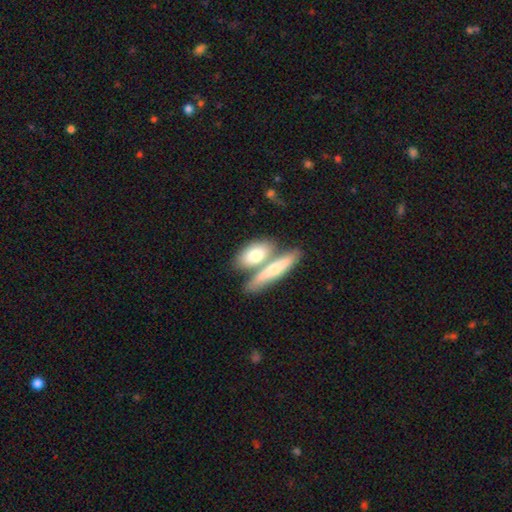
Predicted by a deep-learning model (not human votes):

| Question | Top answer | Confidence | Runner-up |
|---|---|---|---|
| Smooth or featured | smooth | 71% | featured or disk (24%) |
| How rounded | in between | 68% | cigar-shaped (26%) |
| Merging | none | 44% | merger (41%) |